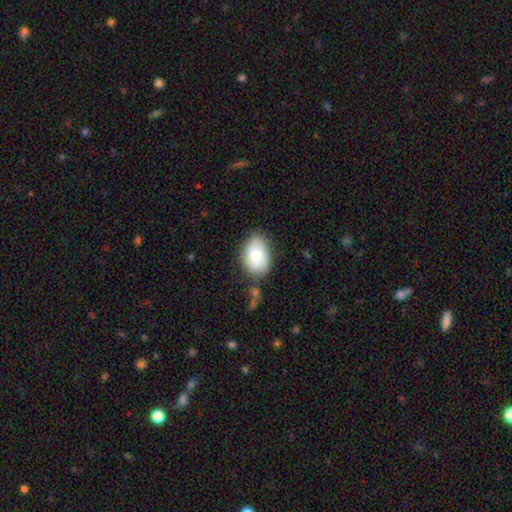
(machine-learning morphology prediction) A smooth galaxy with no disk features (73%) that is in between round and cigar-shaped (86%). Merging: none (70%).